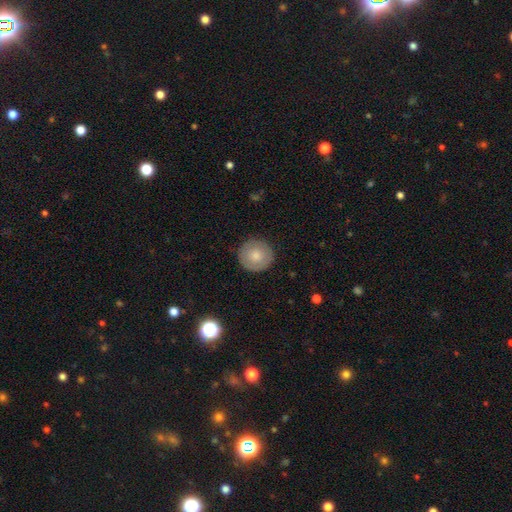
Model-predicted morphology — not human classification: Smooth or featured? Predicted: smooth (p=0.73). How rounded? Predicted: round (p=0.95). Merging? Predicted: none (p=0.90).